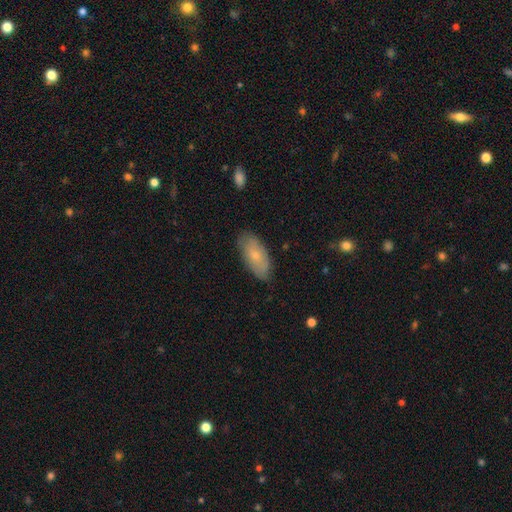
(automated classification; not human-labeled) smooth-or-featured: smooth: 68% | featured or disk: 26% | star or artifact: 6%
  how-rounded: in between: 90% | cigar-shaped: 7% | round: 3%
  merging: none: 80% | minor disturbance: 16% | major disturbance: 3% | merger: 1%